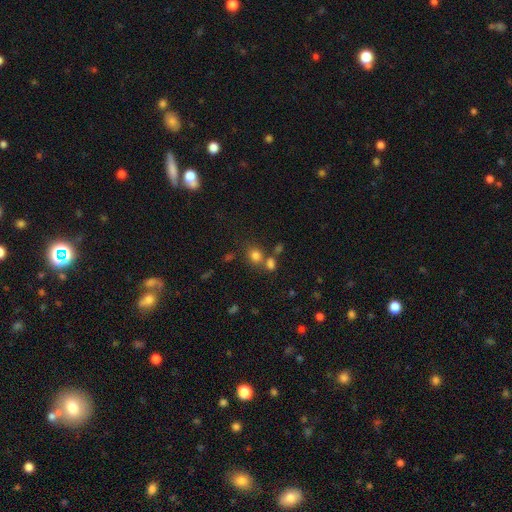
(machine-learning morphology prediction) smooth_or_featured: smooth (p=0.77) [alt: star or artifact p=0.15]
how_rounded: round (p=0.68) [alt: in between p=0.31]
merging: none (p=0.59) [alt: merger p=0.26]